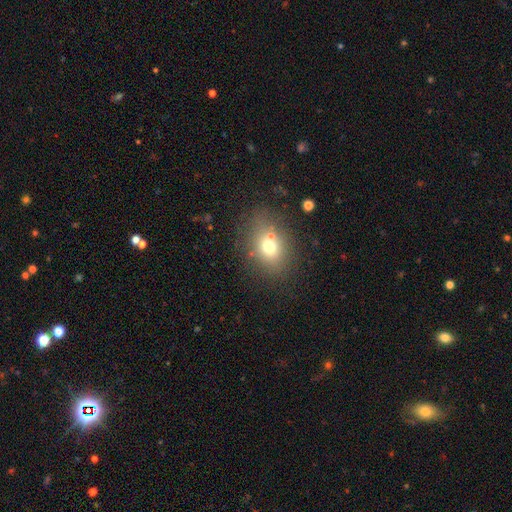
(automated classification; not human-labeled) Smooth or featured?
  - smooth: 67% *
  - star or artifact: 20%
  - featured or disk: 13%
How rounded?
  - in between: 65% *
  - round: 33%
  - cigar-shaped: 2%
Merging?
  - none: 87% *
  - minor disturbance: 9%
  - major disturbance: 3%
  - merger: 2%